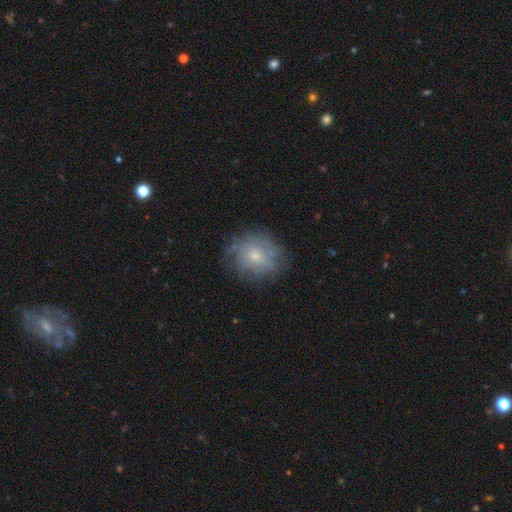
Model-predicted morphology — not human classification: A smooth galaxy with no disk features (45%).

Vote fractions:
- Smooth or featured? smooth: 45% / featured or disk: 44% / star or artifact: 11%
- Merging? none: 71% / minor disturbance: 19% / major disturbance: 9% / merger: 1%